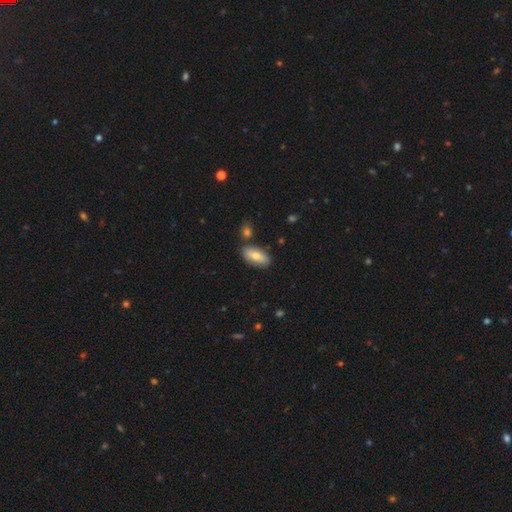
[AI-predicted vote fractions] smooth-or-featured: smooth: 72% | featured or disk: 21% | star or artifact: 6%
  how-rounded: in between: 85% | cigar-shaped: 12% | round: 3%
  merging: none: 80% | minor disturbance: 12% | merger: 6% | major disturbance: 2%